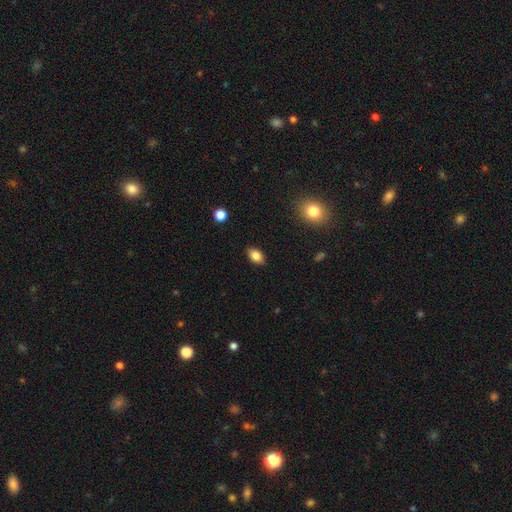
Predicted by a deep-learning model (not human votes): This appears to be a smooth galaxy with no disk features (83%) that is in between round and cigar-shaped (89%). Merging: none (88%).